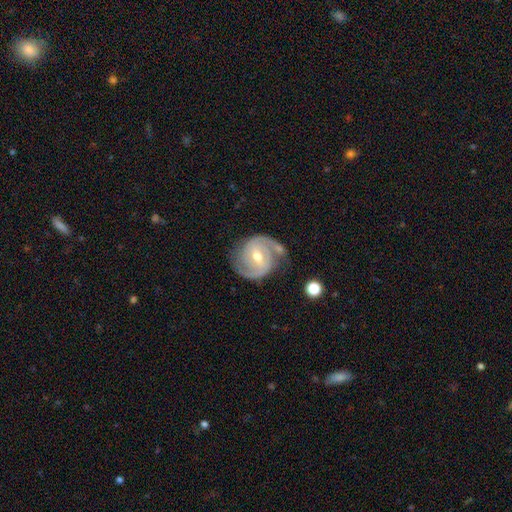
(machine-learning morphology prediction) Smooth or featured? featured or disk (88%)
Edge-on disk? no (98%)
Bar? weak (50%)
Spiral arms? yes (97%)
Spiral winding? tight (51%)
Spiral arm count? 2 (88%)
Bulge size? moderate (65%)
Merging? none (74%)